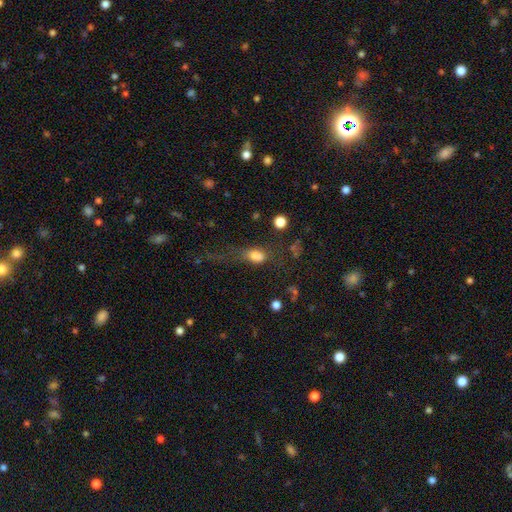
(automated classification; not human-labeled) Overall: smooth (73%). How rounded: in between (76%). Merging: major disturbance (43%; none 30%).